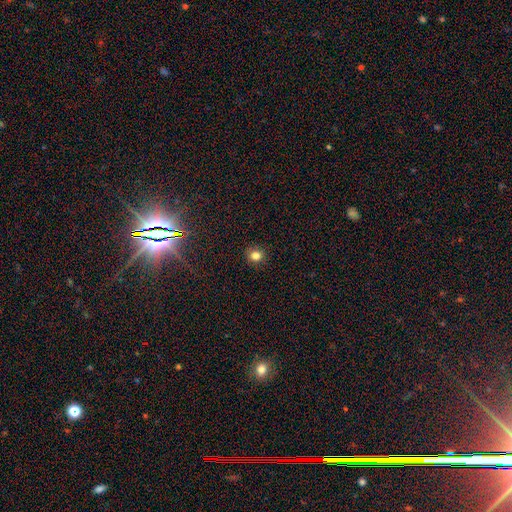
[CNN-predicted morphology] smooth-or-featured: smooth: 81% | star or artifact: 14% | featured or disk: 5%
  how-rounded: round: 82% | in between: 17% | cigar-shaped: 1%
  merging: none: 90% | minor disturbance: 7% | major disturbance: 2% | merger: 1%